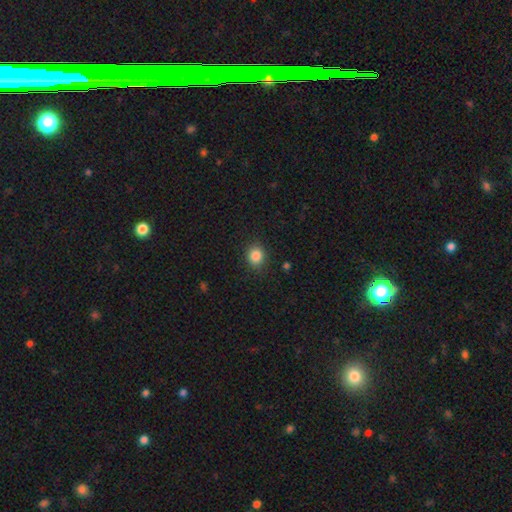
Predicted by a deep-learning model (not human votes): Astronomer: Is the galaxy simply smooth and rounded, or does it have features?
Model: smooth — 85%.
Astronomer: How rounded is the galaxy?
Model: round — 72%.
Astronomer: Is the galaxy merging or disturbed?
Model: none — 87%.